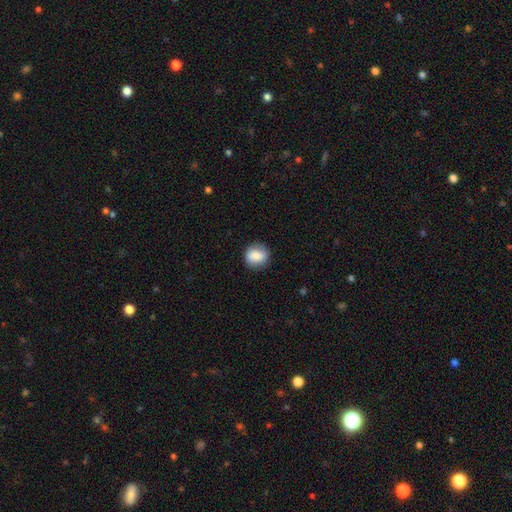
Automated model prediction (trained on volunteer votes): Smooth or featured?
  - smooth: 85% *
  - star or artifact: 8%
  - featured or disk: 7%
How rounded?
  - round: 77% *
  - in between: 22%
  - cigar-shaped: 1%
Merging?
  - none: 84% *
  - minor disturbance: 12%
  - major disturbance: 3%
  - merger: 1%